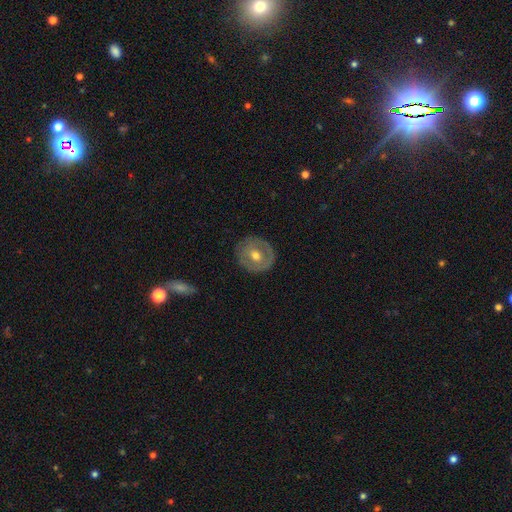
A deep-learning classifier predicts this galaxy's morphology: type=featured or disk (47%); merging=none (83%).